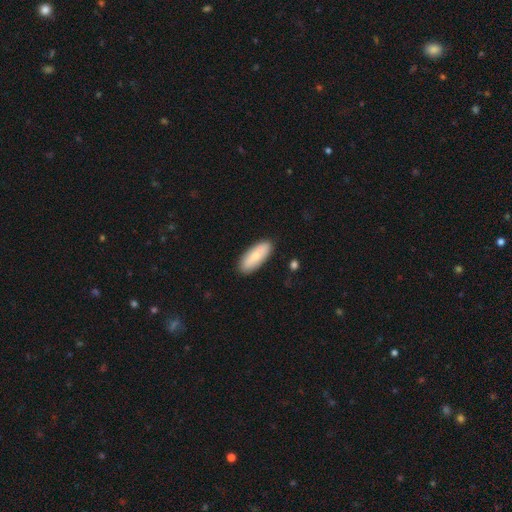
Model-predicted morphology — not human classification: The model was most divided on "smooth or featured": smooth: 72%, featured or disk: 23%, star or artifact: 6%. More confident: merging — none (87%); how rounded — in between (75%).